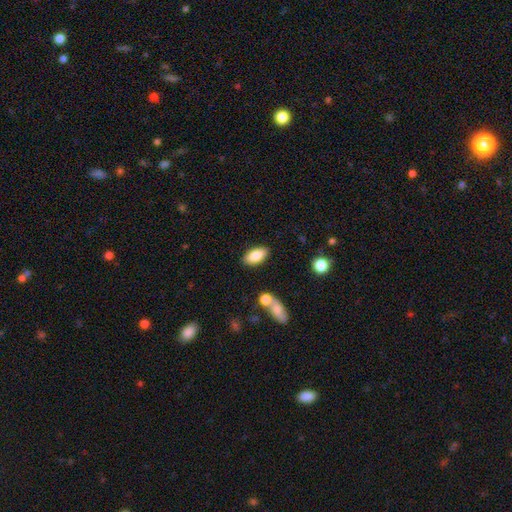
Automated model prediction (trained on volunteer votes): smooth 81%, featured or disk 12%, star or artifact 7%. Down the decision tree: how rounded — in between (90%); merging — none (83%).